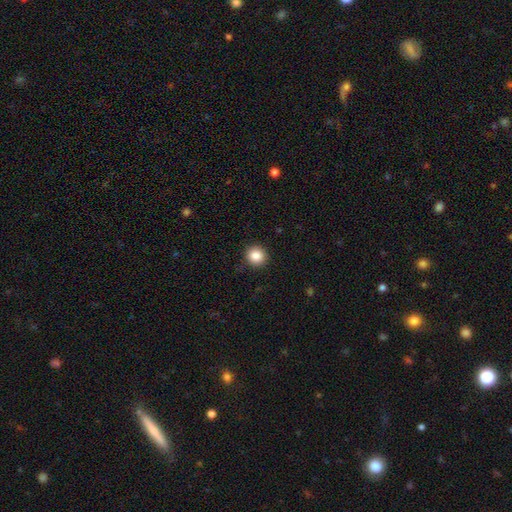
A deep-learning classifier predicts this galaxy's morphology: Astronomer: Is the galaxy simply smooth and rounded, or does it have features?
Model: smooth — 87%.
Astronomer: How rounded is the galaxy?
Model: round — 92%.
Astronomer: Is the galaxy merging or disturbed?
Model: none — 91%.